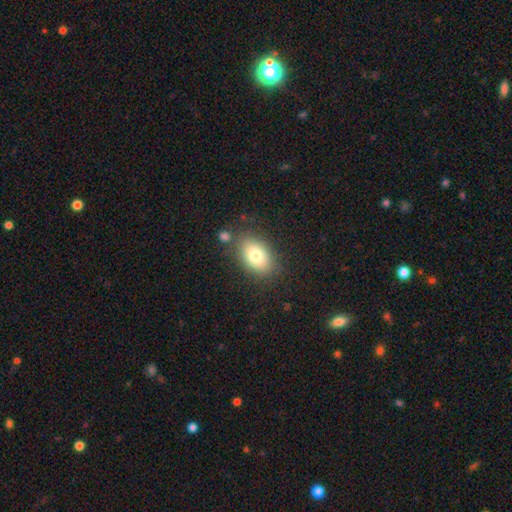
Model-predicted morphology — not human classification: Q: Smooth or featured?
A: smooth (78%); runner-up: featured or disk (14%)
Q: How rounded?
A: in between (86%); runner-up: round (12%)
Q: Merging?
A: none (77%); runner-up: minor disturbance (13%)